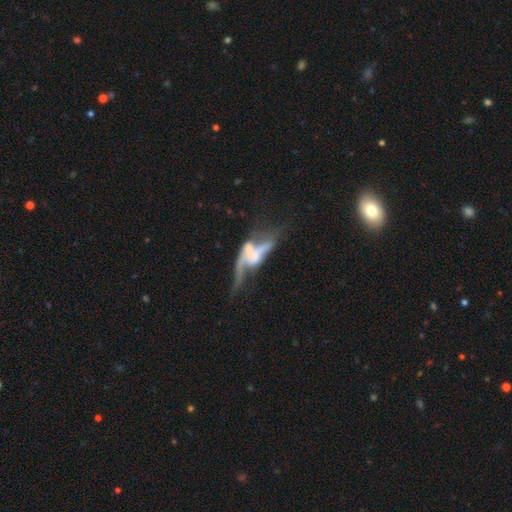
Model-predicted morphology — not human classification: Smooth or featured?
  - featured or disk: 67% *
  - smooth: 16%
  - star or artifact: 16%
Edge-on disk?
  - no: 58% *
  - yes: 42%
Merging?
  - major disturbance: 39% *
  - none: 27%
  - merger: 18%
  - minor disturbance: 16%